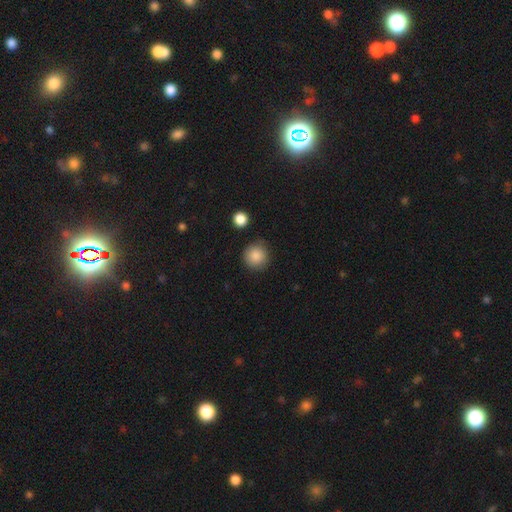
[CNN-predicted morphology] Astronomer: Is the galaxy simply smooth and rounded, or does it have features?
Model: smooth — 87%.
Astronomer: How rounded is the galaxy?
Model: round — 94%.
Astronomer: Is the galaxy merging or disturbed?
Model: none — 84%.